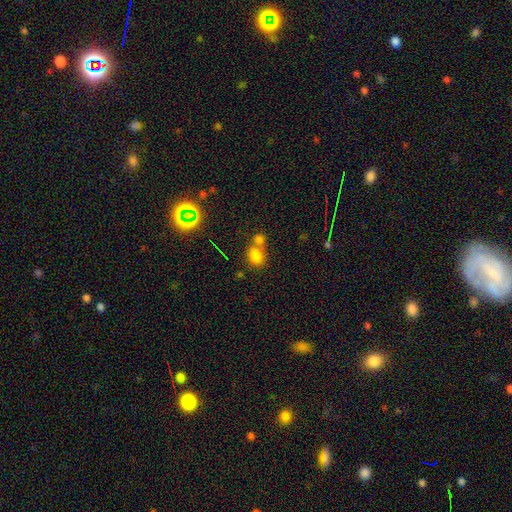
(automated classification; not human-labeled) Smooth or featured?
  - smooth: 75% *
  - star or artifact: 17%
  - featured or disk: 9%
How rounded?
  - in between: 68% *
  - round: 30%
  - cigar-shaped: 2%
Merging?
  - merger: 49% *
  - none: 36%
  - minor disturbance: 10%
  - major disturbance: 5%